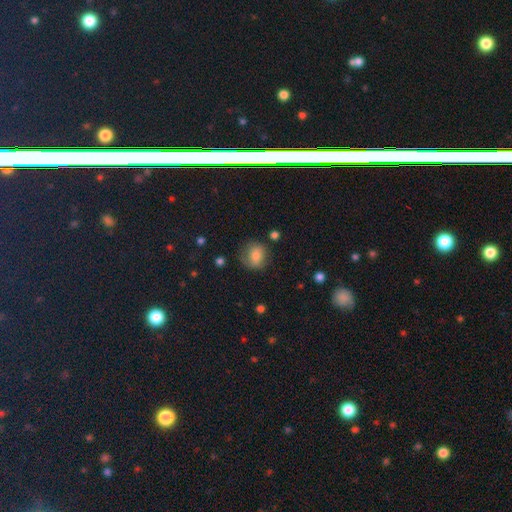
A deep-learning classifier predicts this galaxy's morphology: This appears to be a smooth galaxy with no disk features (74%) that is round (77%). Merging: none (69%).